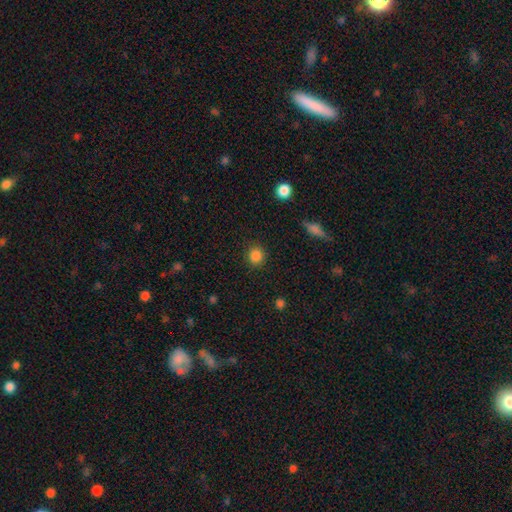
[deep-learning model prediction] Smooth or featured? Predicted: smooth (p=0.85). How rounded? Predicted: round (p=0.90). Merging? Predicted: none (p=0.90).